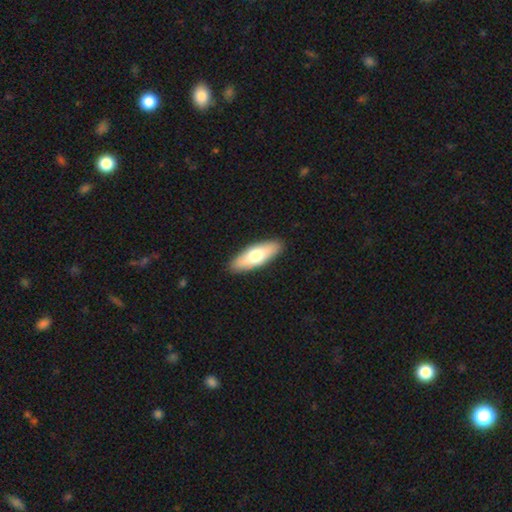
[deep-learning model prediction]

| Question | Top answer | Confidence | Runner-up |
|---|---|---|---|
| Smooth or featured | smooth | 67% | featured or disk (28%) |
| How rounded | in between | 64% | cigar-shaped (34%) |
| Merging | none | 89% | minor disturbance (8%) |